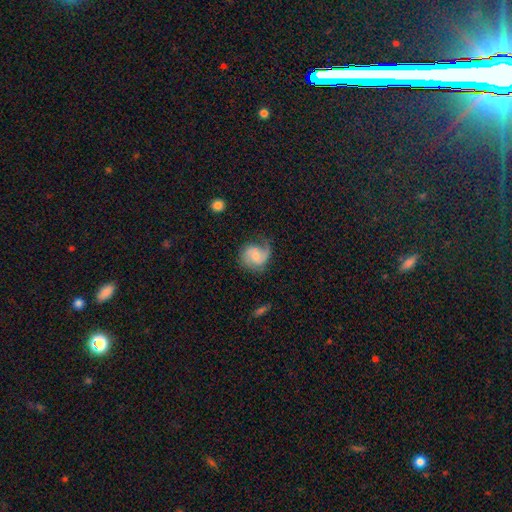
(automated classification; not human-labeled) Q: Smooth or featured?
A: featured or disk (63%); runner-up: smooth (30%)
Q: Edge-on disk?
A: no (98%); runner-up: yes (2%)
Q: Bar?
A: no (61%); runner-up: weak (34%)
Q: Spiral arms?
A: yes (91%); runner-up: no (9%)
Q: Spiral winding?
A: medium (43%); runner-up: loose (33%)
Q: Spiral arm count?
A: 2 (57%); runner-up: 1 (31%)
Q: Bulge size?
A: moderate (43%); tied with: small (43%)
Q: Merging?
A: none (53%); runner-up: minor disturbance (27%)